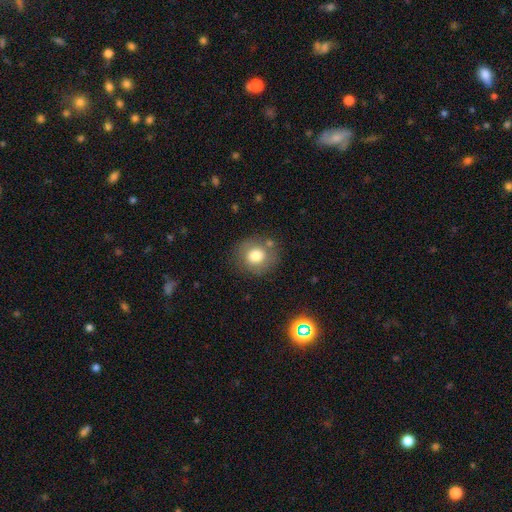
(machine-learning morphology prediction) A smooth galaxy with no disk features (77%) that is round (81%).

Vote fractions:
- Smooth or featured? smooth: 77% / featured or disk: 13% / star or artifact: 10%
- How rounded? round: 81% / in between: 18% / cigar-shaped: 1%
- Merging? none: 78% / minor disturbance: 13% / merger: 5% / major disturbance: 4%